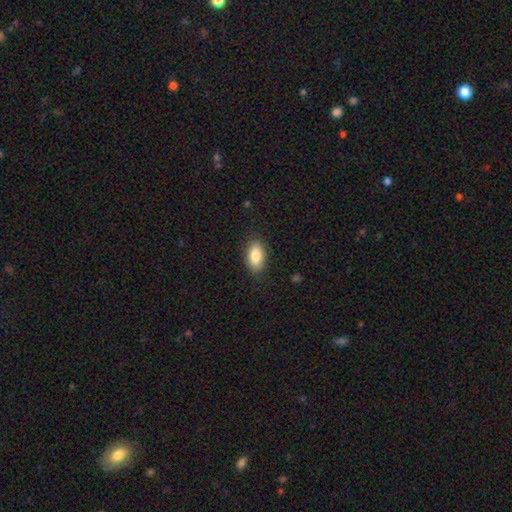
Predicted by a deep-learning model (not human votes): Smooth or featured?
  - smooth: 85% *
  - featured or disk: 8%
  - star or artifact: 7%
How rounded?
  - in between: 92% *
  - round: 6%
  - cigar-shaped: 3%
Merging?
  - none: 86% *
  - minor disturbance: 10%
  - major disturbance: 3%
  - merger: 1%